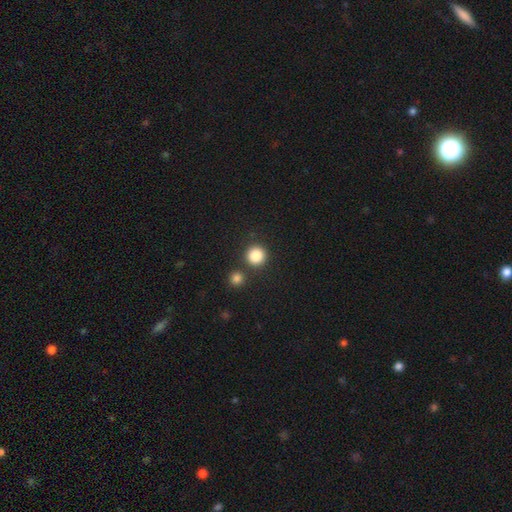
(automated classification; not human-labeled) Smooth or featured: smooth — 86% (star or artifact — 10%)
How rounded: round — 94% (in between — 5%)
Merging: none — 83% (merger — 8%)